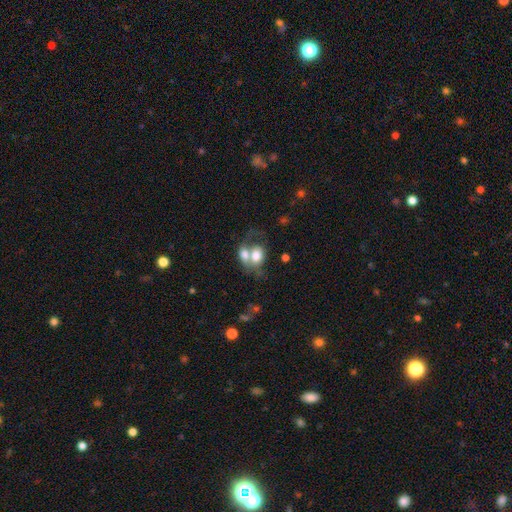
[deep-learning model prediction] smooth_or_featured: smooth (p=0.65) [alt: featured or disk p=0.27]
how_rounded: in between (p=0.62) [alt: round p=0.37]
merging: merger (p=0.68) [alt: none p=0.15]